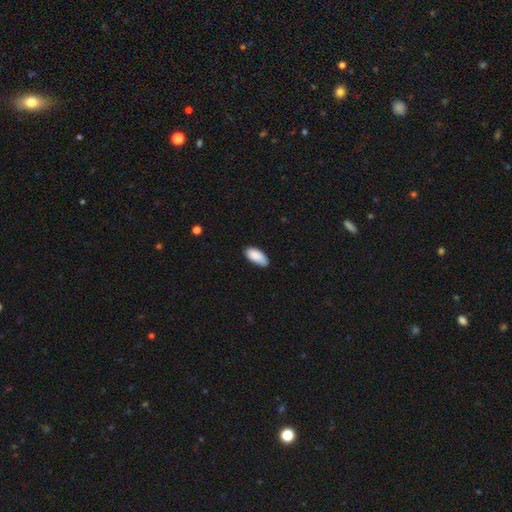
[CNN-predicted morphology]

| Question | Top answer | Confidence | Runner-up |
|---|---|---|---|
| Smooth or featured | smooth | 89% | star or artifact (6%) |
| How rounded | in between | 92% | cigar-shaped (6%) |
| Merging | none | 70% | minor disturbance (25%) |